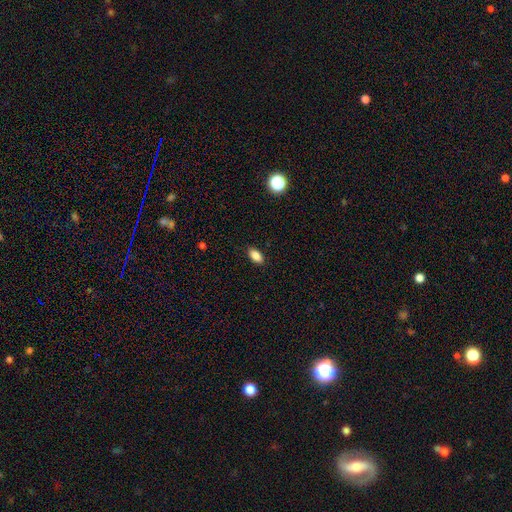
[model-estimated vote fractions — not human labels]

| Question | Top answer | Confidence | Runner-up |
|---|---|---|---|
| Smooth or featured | smooth | 86% | star or artifact (9%) |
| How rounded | in between | 90% | cigar-shaped (6%) |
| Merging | none | 88% | minor disturbance (9%) |